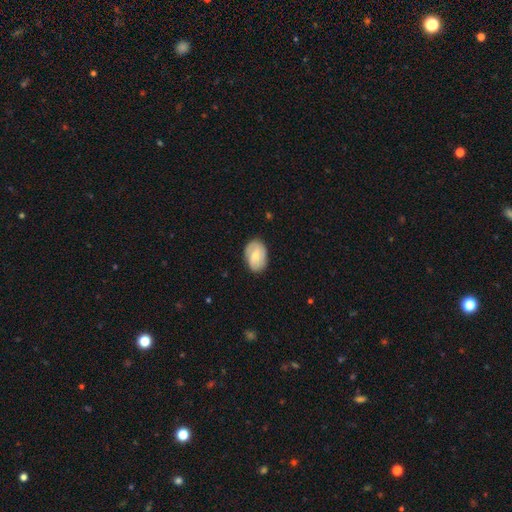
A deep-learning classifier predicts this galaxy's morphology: Smooth or featured? smooth (50%)
Merging? none (81%)